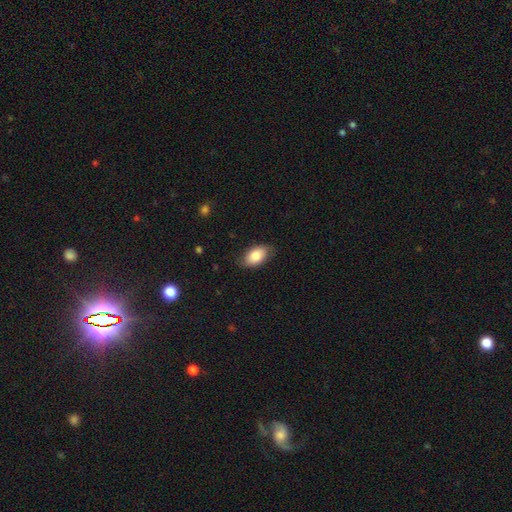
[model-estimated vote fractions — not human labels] smooth_or_featured: smooth (p=0.82) [alt: featured or disk p=0.11]
how_rounded: in between (p=0.93) [alt: round p=0.06]
merging: none (p=0.79) [alt: minor disturbance p=0.17]